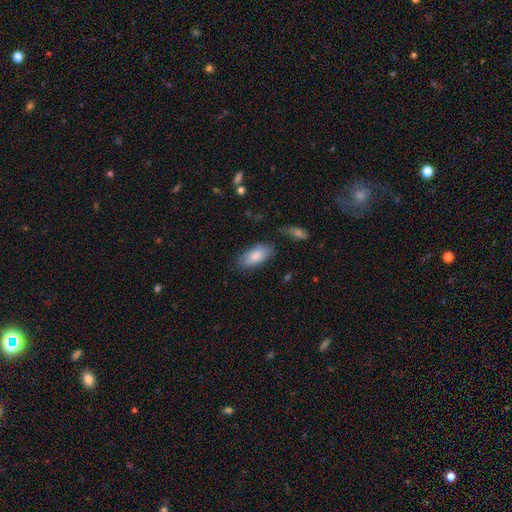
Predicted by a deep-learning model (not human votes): A smooth galaxy with no disk features (83%) that is in between round and cigar-shaped (88%). Merging: none (73%).